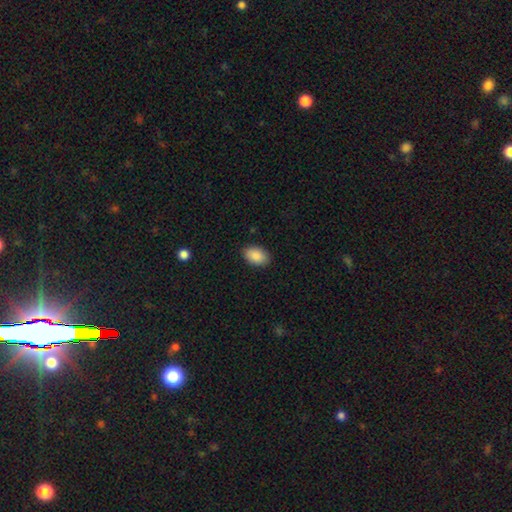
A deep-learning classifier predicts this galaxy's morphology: smooth 89%, star or artifact 7%, featured or disk 4%. Down the decision tree: how rounded — in between (89%); merging — none (88%).